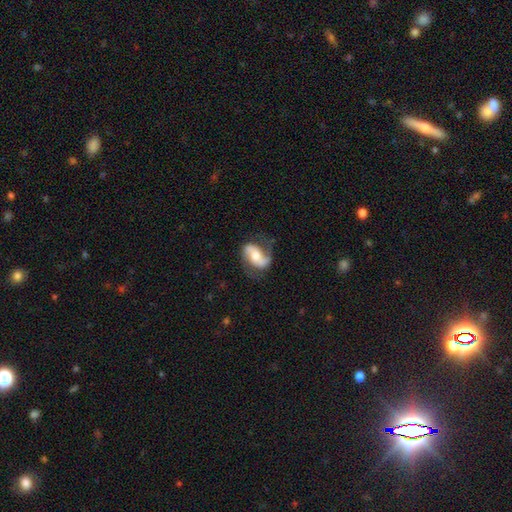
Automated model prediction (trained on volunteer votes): Smooth or featured?
  - featured or disk: 73% *
  - smooth: 21%
  - star or artifact: 6%
Edge-on disk?
  - no: 96% *
  - yes: 4%
Bar?
  - no: 41% *
  - weak: 32%
  - strong: 27%
Spiral arms?
  - yes: 91% *
  - no: 9%
Spiral winding?
  - loose: 45% *
  - medium: 40%
  - tight: 16%
Spiral arm count?
  - 2: 88% *
  - 1: 5%
  - can't tell: 4%
  - 3: 1%
  - 4: 1%
  - more than 4: 1%
Bulge size?
  - moderate: 58% *
  - small: 24%
  - large: 13%
  - none: 3%
  - dominant: 2%
Merging?
  - none: 65% *
  - minor disturbance: 21%
  - major disturbance: 12%
  - merger: 2%